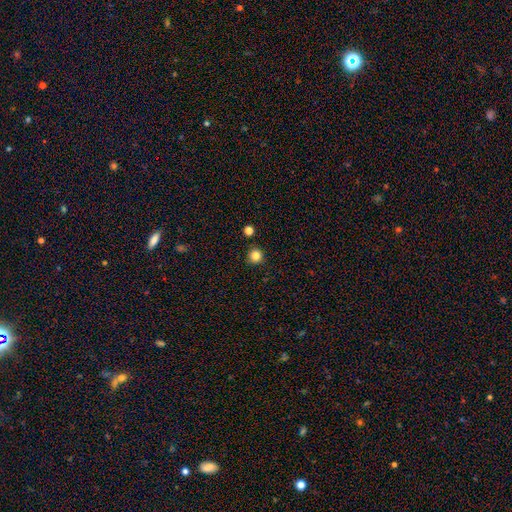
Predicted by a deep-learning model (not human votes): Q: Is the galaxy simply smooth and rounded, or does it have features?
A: smooth — 83%.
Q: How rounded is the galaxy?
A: round — 95%.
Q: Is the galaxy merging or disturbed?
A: none — 91%.